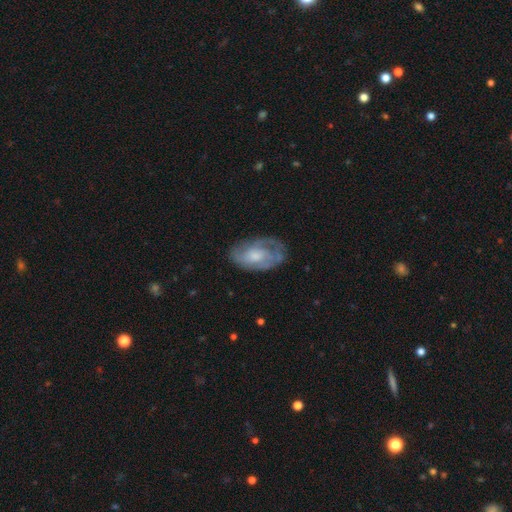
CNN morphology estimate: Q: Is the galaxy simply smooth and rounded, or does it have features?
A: featured or disk — 59%.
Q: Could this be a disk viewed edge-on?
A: no — 94%.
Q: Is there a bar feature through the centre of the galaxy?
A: no — 70%.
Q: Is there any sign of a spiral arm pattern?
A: yes — 70%.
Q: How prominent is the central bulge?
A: moderate — 46%.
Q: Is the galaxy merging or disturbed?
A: none — 62%.